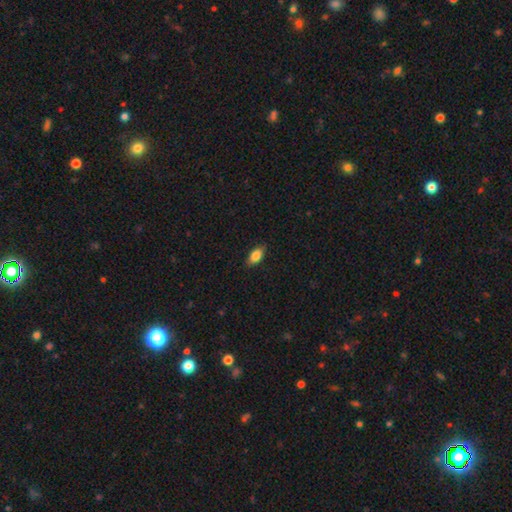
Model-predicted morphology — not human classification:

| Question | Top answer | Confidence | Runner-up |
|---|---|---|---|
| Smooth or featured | smooth | 86% | star or artifact (7%) |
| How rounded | in between | 90% | cigar-shaped (6%) |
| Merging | none | 85% | minor disturbance (12%) |